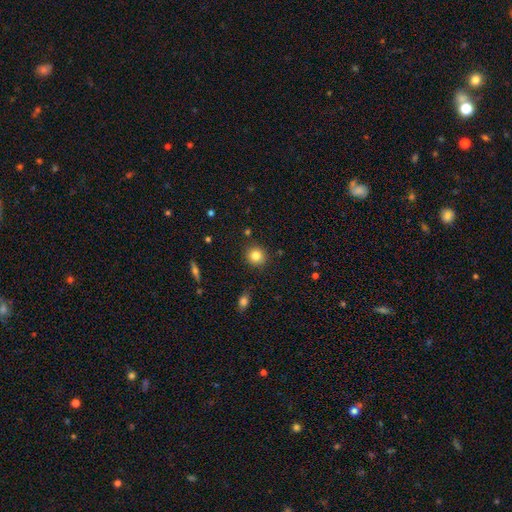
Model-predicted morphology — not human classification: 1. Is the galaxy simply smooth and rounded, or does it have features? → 83% smooth, 11% star or artifact, 6% featured or disk.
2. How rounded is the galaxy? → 87% round, 12% in between, 1% cigar-shaped.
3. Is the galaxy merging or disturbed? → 88% none, 7% minor disturbance, 2% major disturbance, 2% merger.